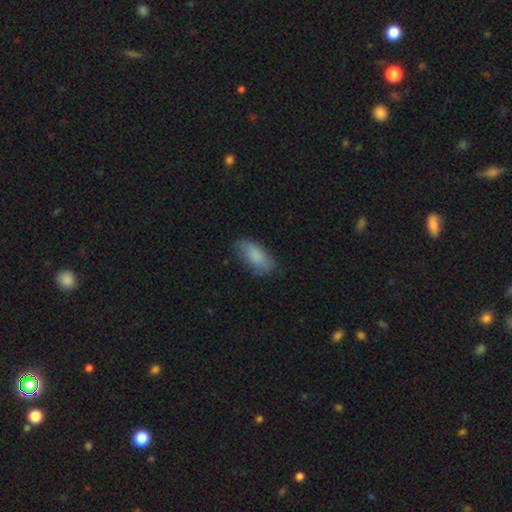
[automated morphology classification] This is clearly a smooth galaxy (83%). How rounded: clearly in between (85%). Merging: likely none (74%).